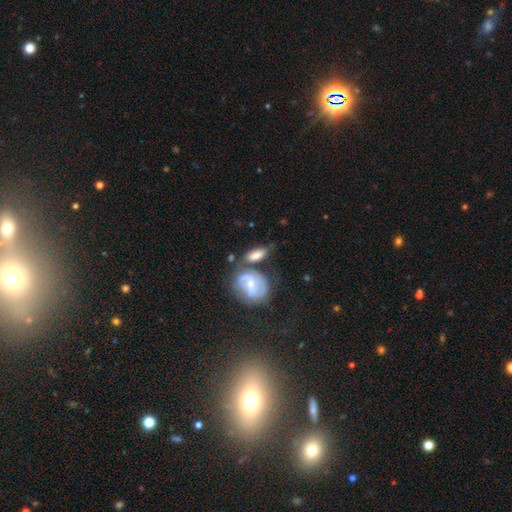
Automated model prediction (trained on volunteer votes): Overall: smooth (62%; featured or disk 30%). How rounded: in between (80%). Merging: none (50%; merger 22%).